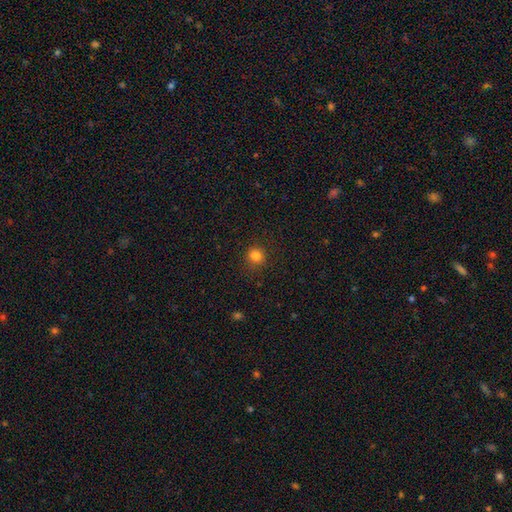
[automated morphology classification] smooth 83%, star or artifact 13%, featured or disk 4%. Down the decision tree: how rounded — round (88%); merging — none (87%).